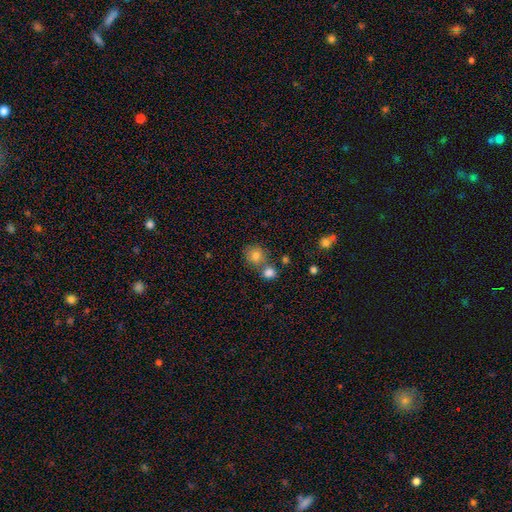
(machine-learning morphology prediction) smooth-or-featured: smooth: 81% | star or artifact: 11% | featured or disk: 8%
  how-rounded: round: 81% | in between: 18% | cigar-shaped: 1%
  merging: none: 60% | merger: 26% | minor disturbance: 10% | major disturbance: 4%